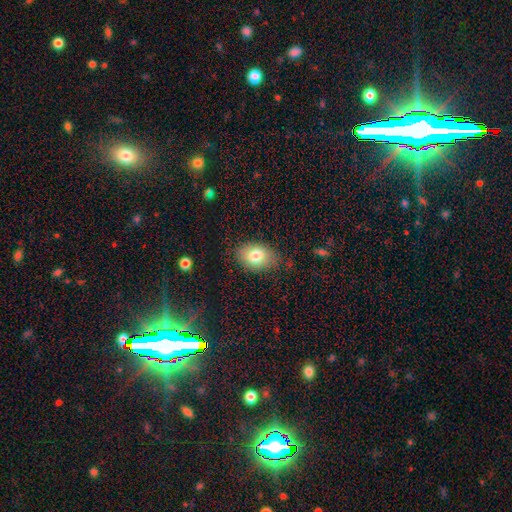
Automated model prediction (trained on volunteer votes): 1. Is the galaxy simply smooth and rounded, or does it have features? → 78% smooth, 13% featured or disk, 9% star or artifact.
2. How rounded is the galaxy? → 82% in between, 17% round, 1% cigar-shaped.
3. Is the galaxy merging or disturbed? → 77% none, 17% minor disturbance, 4% major disturbance, 2% merger.